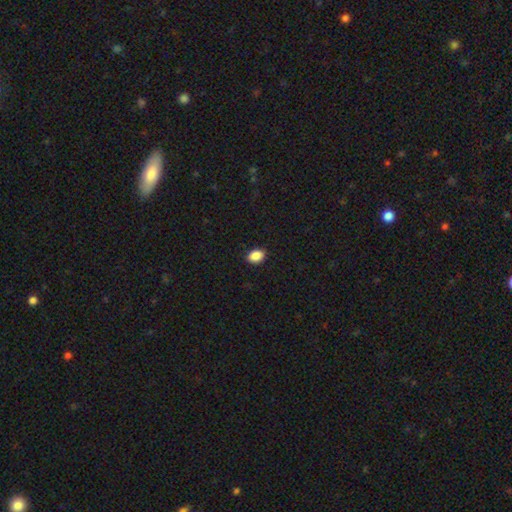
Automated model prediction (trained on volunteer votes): Smooth or featured: smooth — 89% (star or artifact — 8%)
How rounded: in between — 75% (round — 24%)
Merging: none — 90% (minor disturbance — 8%)